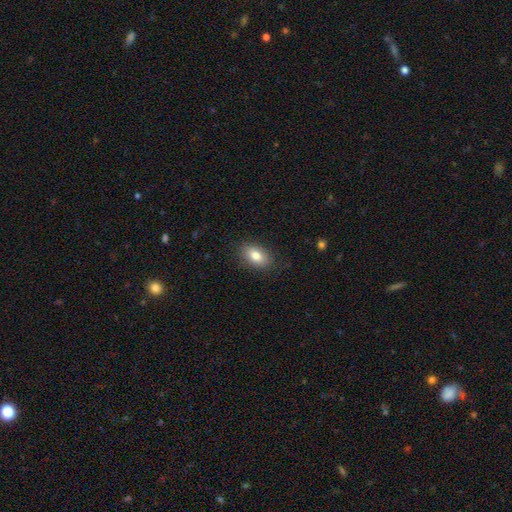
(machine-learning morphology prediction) Smooth or featured? smooth (82%)
How rounded? in between (88%)
Merging? none (86%)